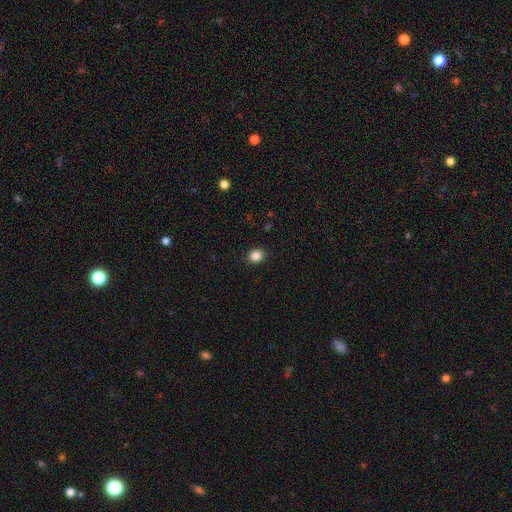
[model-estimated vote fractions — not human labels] smooth-or-featured: smooth: 86% | star or artifact: 11% | featured or disk: 3%
  how-rounded: round: 70% | in between: 29% | cigar-shaped: 1%
  merging: none: 90% | minor disturbance: 7% | major disturbance: 2% | merger: 1%